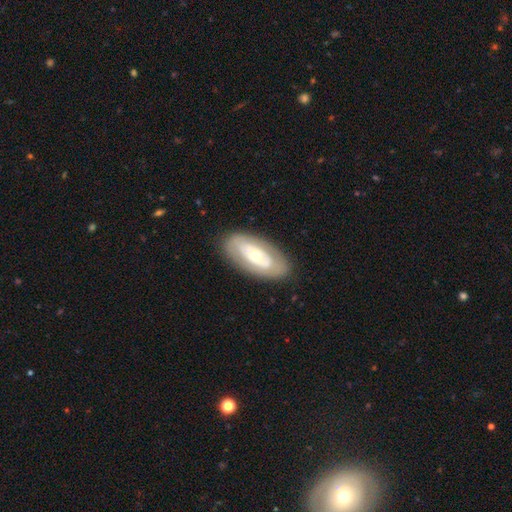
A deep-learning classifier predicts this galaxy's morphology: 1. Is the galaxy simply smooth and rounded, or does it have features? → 59% featured or disk, 36% smooth, 5% star or artifact.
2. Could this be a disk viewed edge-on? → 88% no, 12% yes.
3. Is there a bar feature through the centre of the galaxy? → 77% no, 14% weak, 9% strong.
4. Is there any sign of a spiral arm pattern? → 76% no, 24% yes.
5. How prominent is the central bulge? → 51% moderate, 43% small, 4% large, 1% dominant, 1% none.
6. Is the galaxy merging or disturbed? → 83% none, 11% minor disturbance, 4% major disturbance, 1% merger.